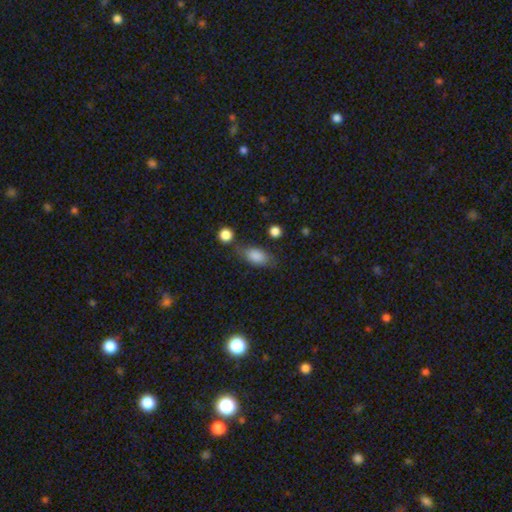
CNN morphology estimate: A smooth galaxy with no disk features (84%) that is in between round and cigar-shaped (87%).

Vote fractions:
- Smooth or featured? smooth: 84% / star or artifact: 8% / featured or disk: 8%
- How rounded? in between: 87% / cigar-shaped: 7% / round: 6%
- Merging? none: 66% / minor disturbance: 21% / merger: 6% / major disturbance: 6%